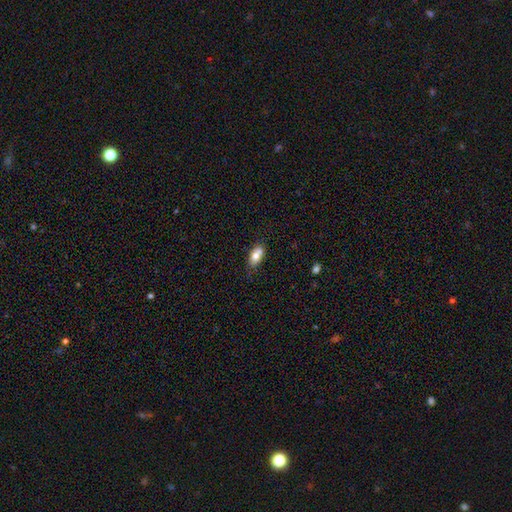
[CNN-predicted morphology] smooth 76%, featured or disk 17%, star or artifact 8%. Down the decision tree: how rounded — in between (87%); merging — none (62%).